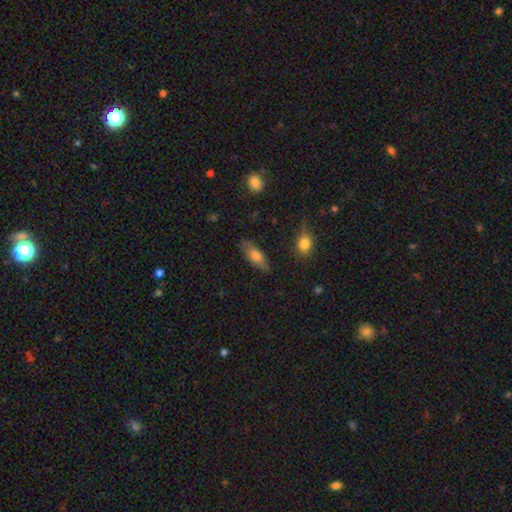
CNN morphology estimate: A smooth galaxy with no disk features (67%) that is in between round and cigar-shaped (65%).

Vote fractions:
- Smooth or featured? smooth: 67% / featured or disk: 25% / star or artifact: 7%
- How rounded? in between: 65% / cigar-shaped: 31% / round: 3%
- Merging? none: 80% / minor disturbance: 15% / major disturbance: 3% / merger: 2%